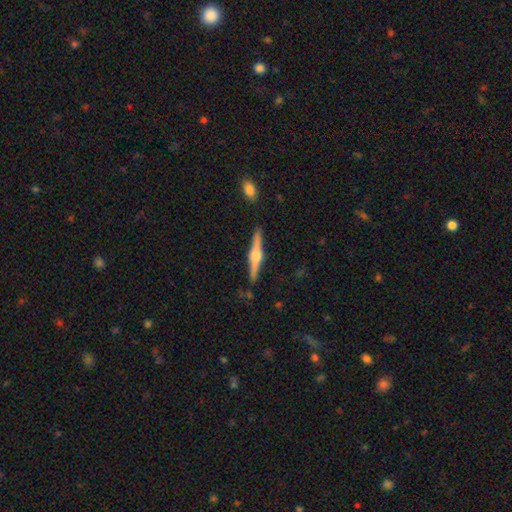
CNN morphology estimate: featured or disk 78%, smooth 17%, star or artifact 5%. Down the decision tree: edge-on disk — yes (98%); edge-on bulge — rounded (93%); merging — none (89%).